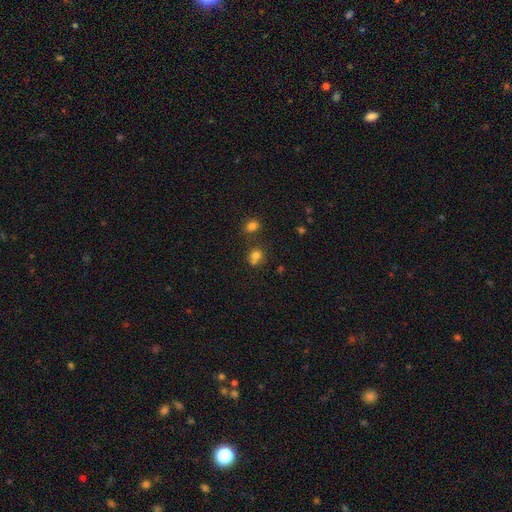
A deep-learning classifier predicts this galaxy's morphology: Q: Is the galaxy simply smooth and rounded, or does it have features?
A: smooth — 74%.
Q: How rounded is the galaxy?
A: round — 73%.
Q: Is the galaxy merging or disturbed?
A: none — 44%.